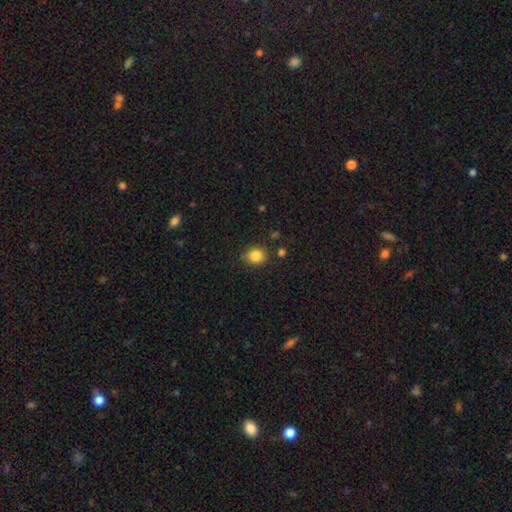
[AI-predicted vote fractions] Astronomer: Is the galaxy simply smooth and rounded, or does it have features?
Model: smooth — 85%.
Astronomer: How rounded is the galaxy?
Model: round — 63%.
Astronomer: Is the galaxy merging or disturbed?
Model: none — 82%.